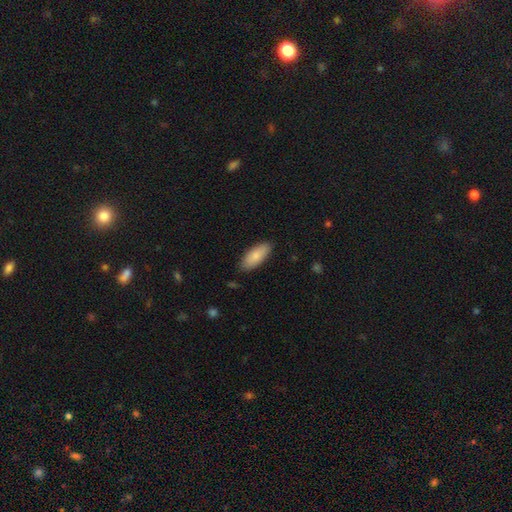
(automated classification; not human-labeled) This appears to be a smooth galaxy with no disk features (84%) that is in between round and cigar-shaped (82%). Merging: none (87%).